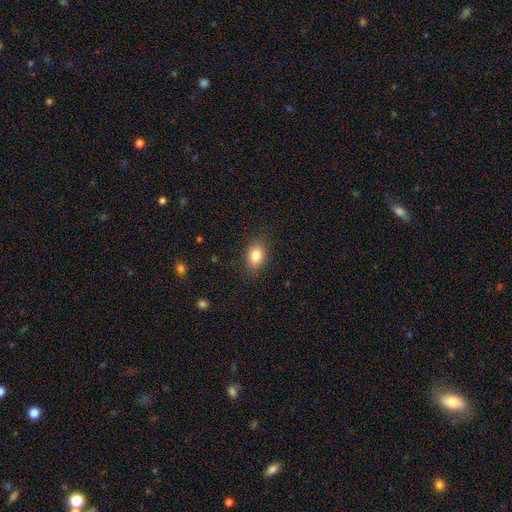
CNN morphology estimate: Smooth or featured? smooth (82%)
How rounded? in between (76%)
Merging? none (83%)